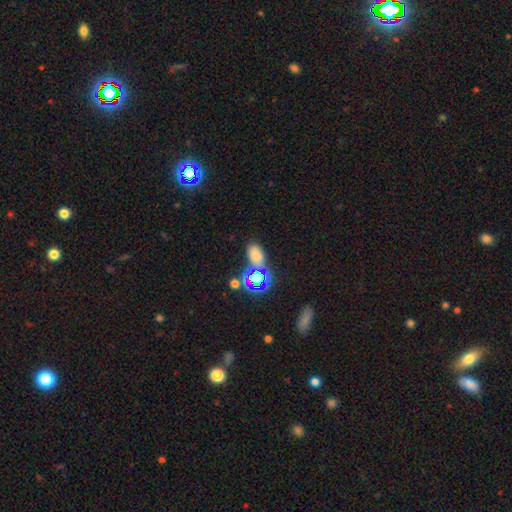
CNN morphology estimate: This is likely a smooth galaxy (61%). How rounded: clearly in between (84%). Merging: likely none (66%).